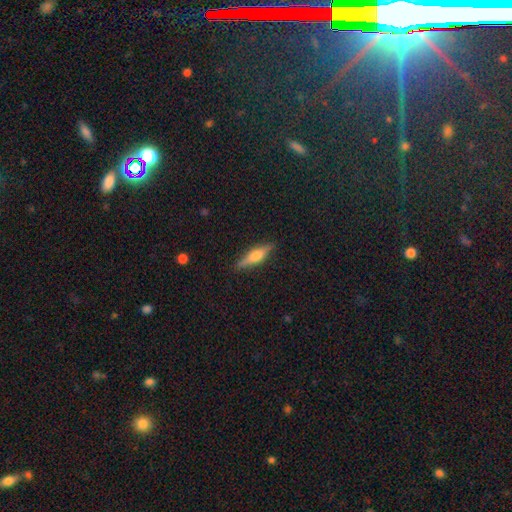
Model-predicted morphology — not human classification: Overall: featured or disk (50%; smooth 43%). Merging: none (88%).